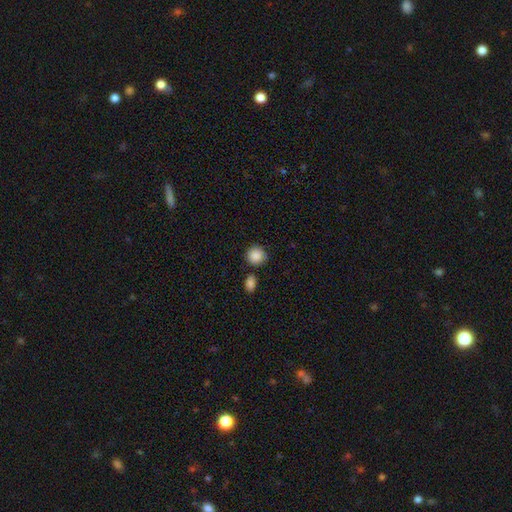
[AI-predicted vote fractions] smooth-or-featured: smooth: 88% | star or artifact: 8% | featured or disk: 4%
  how-rounded: round: 88% | in between: 11% | cigar-shaped: 1%
  merging: none: 80% | minor disturbance: 10% | merger: 7% | major disturbance: 3%